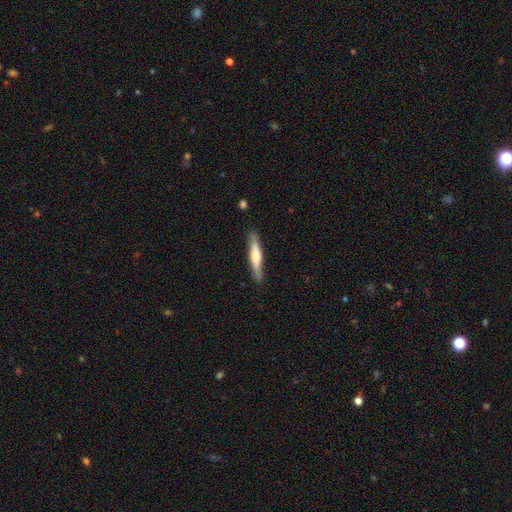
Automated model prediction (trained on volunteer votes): A smooth galaxy with no disk features (55%) that is cigar-shaped (89%).

Vote fractions:
- Smooth or featured? smooth: 55% / featured or disk: 40% / star or artifact: 5%
- How rounded? cigar-shaped: 89% / in between: 10% / round: 1%
- Merging? none: 84% / minor disturbance: 12% / major disturbance: 2% / merger: 1%